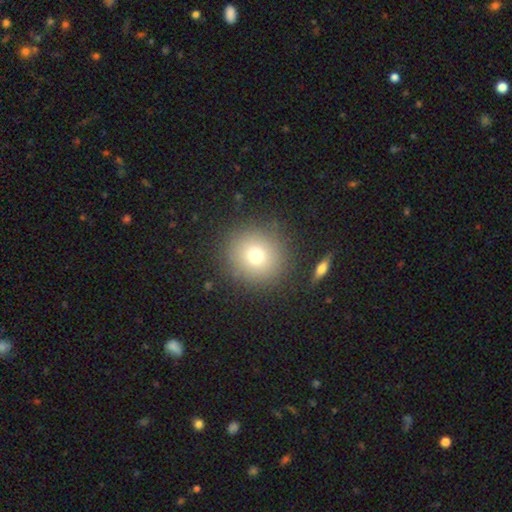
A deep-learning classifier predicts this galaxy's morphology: A smooth galaxy with no disk features (72%) that is round (92%).

Vote fractions:
- Smooth or featured? smooth: 72% / star or artifact: 14% / featured or disk: 14%
- How rounded? round: 92% / in between: 7% / cigar-shaped: 1%
- Merging? none: 87% / minor disturbance: 8% / major disturbance: 3% / merger: 2%